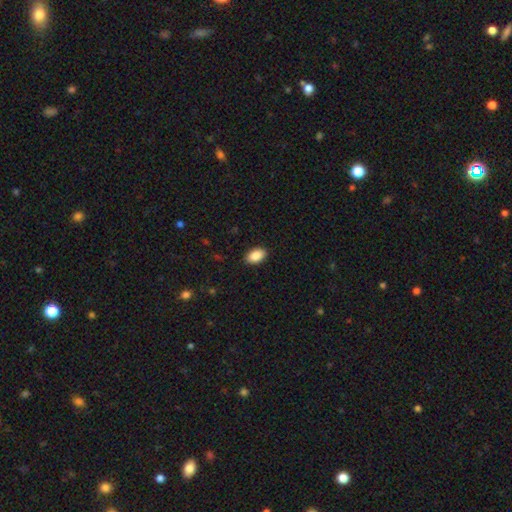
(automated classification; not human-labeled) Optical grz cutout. It shows a smooth galaxy with no disk features (89%) that is in between round and cigar-shaped (92%). Merging: none (89%).